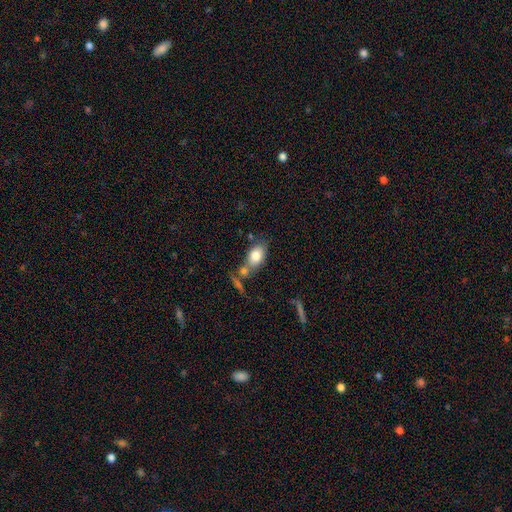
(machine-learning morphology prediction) smooth 79%, featured or disk 14%, star or artifact 7%. Down the decision tree: how rounded — in between (85%); merging — none (52%).